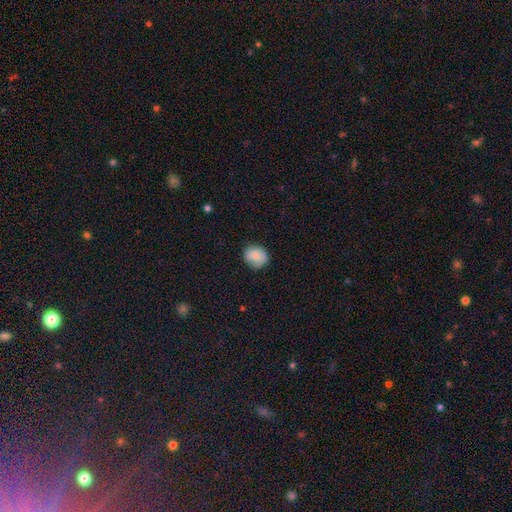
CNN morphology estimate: smooth 80%, featured or disk 12%, star or artifact 8%. Down the decision tree: how rounded — round (75%); merging — none (76%).